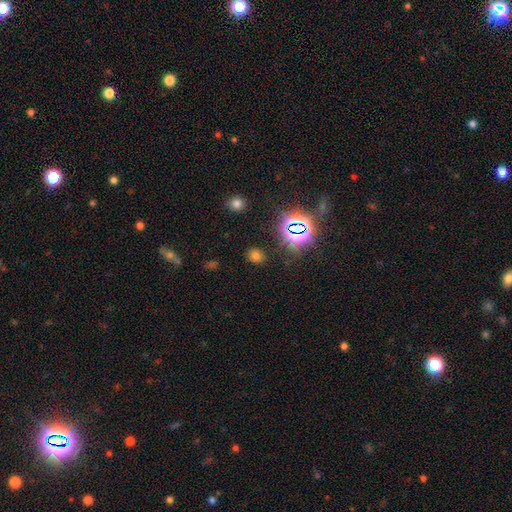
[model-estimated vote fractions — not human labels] Smooth or featured? smooth (61%)
How rounded? round (62%)
Merging? none (85%)